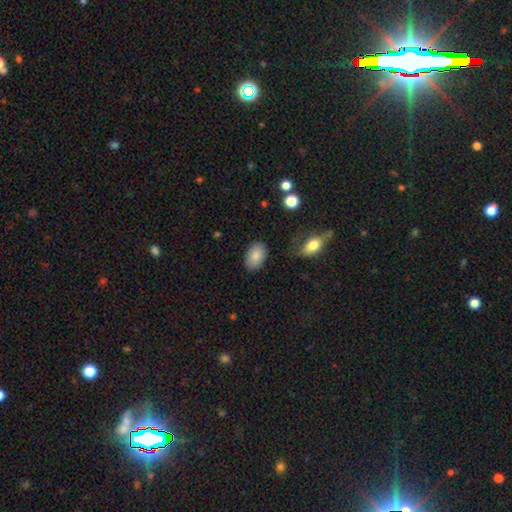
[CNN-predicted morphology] Smooth or featured?
  - smooth: 84% *
  - featured or disk: 9%
  - star or artifact: 7%
How rounded?
  - in between: 90% *
  - round: 9%
  - cigar-shaped: 1%
Merging?
  - none: 83% *
  - minor disturbance: 11%
  - major disturbance: 3%
  - merger: 2%